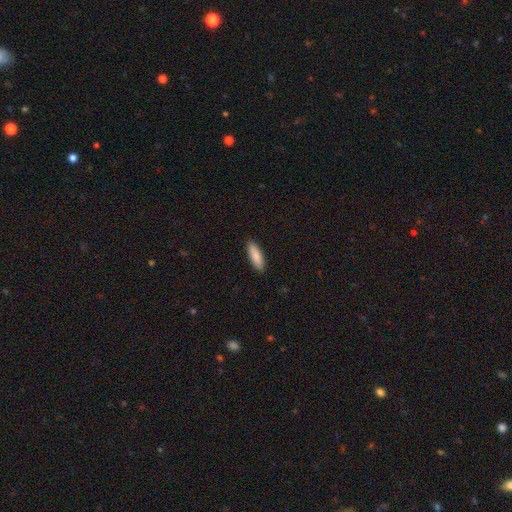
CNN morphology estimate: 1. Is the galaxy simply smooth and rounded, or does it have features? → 88% smooth, 7% featured or disk, 6% star or artifact.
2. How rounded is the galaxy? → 51% in between, 48% cigar-shaped, 1% round.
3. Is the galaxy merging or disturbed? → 90% none, 7% minor disturbance, 2% major disturbance, 1% merger.